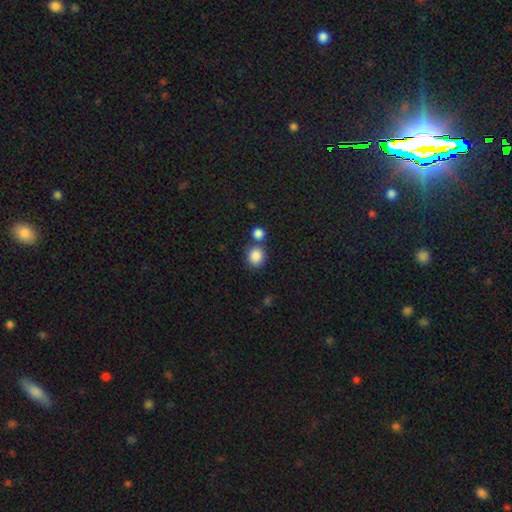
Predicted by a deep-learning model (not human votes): A smooth galaxy with no disk features (86%) that is round (77%).

Vote fractions:
- Smooth or featured? smooth: 86% / star or artifact: 9% / featured or disk: 5%
- How rounded? round: 77% / in between: 22% / cigar-shaped: 1%
- Merging? none: 62% / merger: 25% / minor disturbance: 11% / major disturbance: 3%